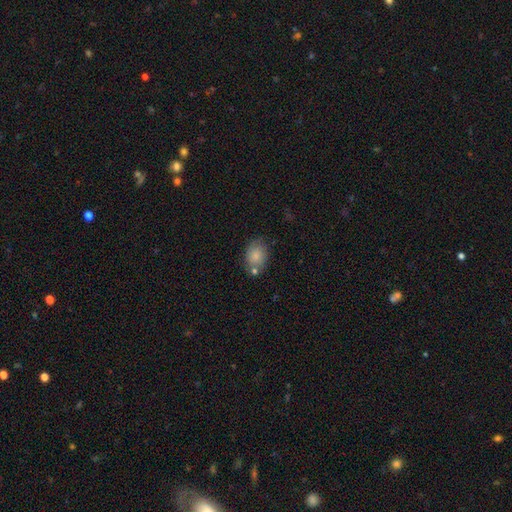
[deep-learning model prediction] Smooth or featured?
  - smooth: 84% *
  - star or artifact: 8%
  - featured or disk: 8%
How rounded?
  - in between: 60% *
  - round: 39%
  - cigar-shaped: 1%
Merging?
  - none: 68% *
  - minor disturbance: 16%
  - merger: 12%
  - major disturbance: 4%